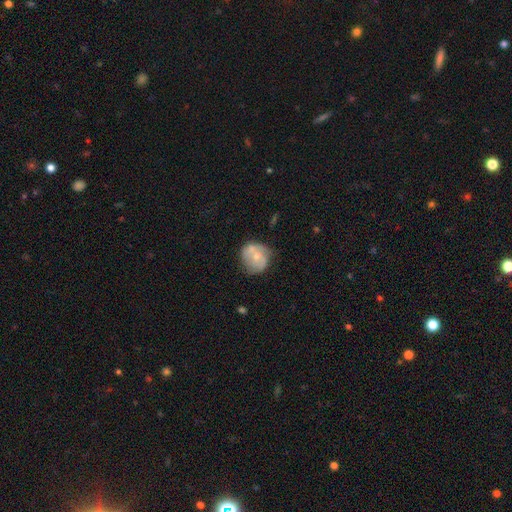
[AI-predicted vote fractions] Smooth or featured: featured or disk — 51% (smooth — 42%)
Edge-on disk: no — 98% (yes — 2%)
Bar: no — 75% (weak — 21%)
Spiral arms: yes — 64% (no — 36%)
Bulge size: small — 50% (moderate — 40%)
Merging: none — 48% (minor disturbance — 25%)